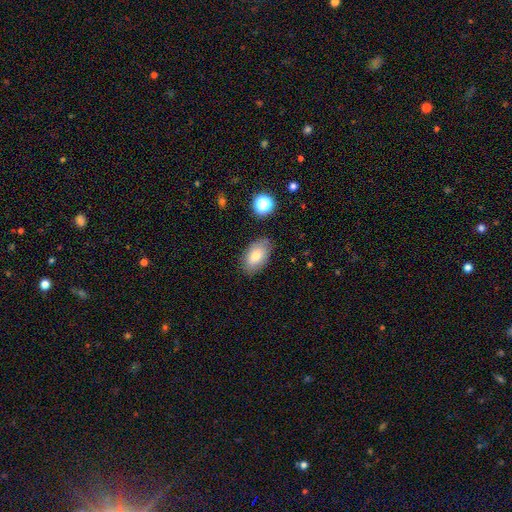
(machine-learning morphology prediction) smooth_or_featured: smooth (p=0.80) [alt: featured or disk p=0.11]
how_rounded: in between (p=0.92) [alt: round p=0.06]
merging: none (p=0.79) [alt: minor disturbance p=0.15]